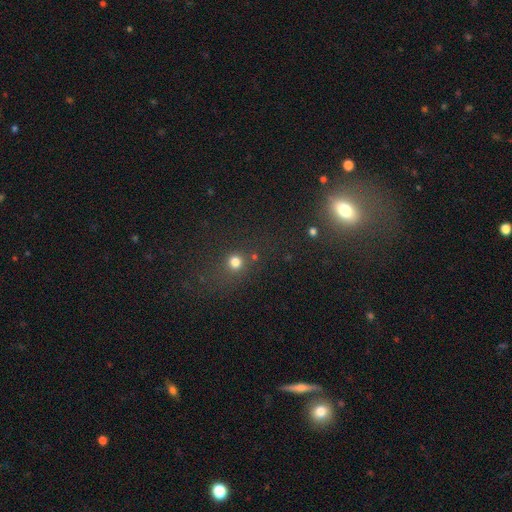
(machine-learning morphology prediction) Smooth or featured? star or artifact (44%)